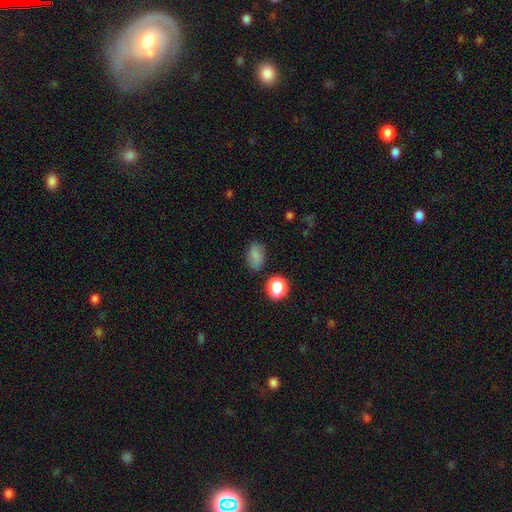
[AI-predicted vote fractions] smooth_or_featured: smooth (p=0.79) [alt: star or artifact p=0.13]
how_rounded: in between (p=0.81) [alt: round p=0.17]
merging: none (p=0.77) [alt: minor disturbance p=0.16]